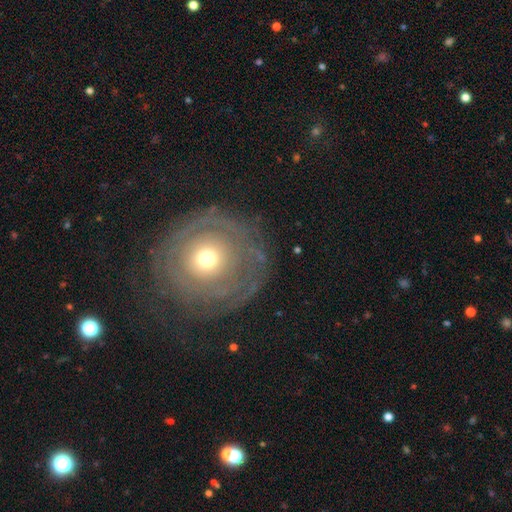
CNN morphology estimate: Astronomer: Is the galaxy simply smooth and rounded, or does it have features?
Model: featured or disk — 61%.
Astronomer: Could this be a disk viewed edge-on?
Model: no — 96%.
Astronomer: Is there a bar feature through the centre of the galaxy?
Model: no — 88%.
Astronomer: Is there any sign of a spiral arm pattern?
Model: yes — 56% (runner-up: no, 44%).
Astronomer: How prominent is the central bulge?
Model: moderate — 64%.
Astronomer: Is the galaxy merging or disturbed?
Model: none — 71%.